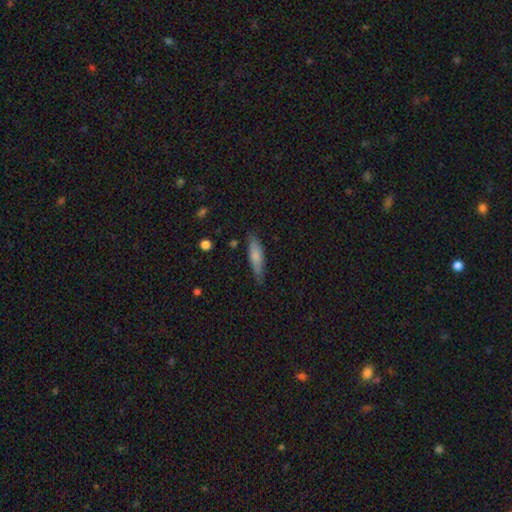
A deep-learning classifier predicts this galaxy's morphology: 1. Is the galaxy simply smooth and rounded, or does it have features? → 75% smooth, 19% featured or disk, 6% star or artifact.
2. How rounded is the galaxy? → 61% cigar-shaped, 37% in between, 2% round.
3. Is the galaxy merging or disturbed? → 75% none, 20% minor disturbance, 4% major disturbance, 2% merger.